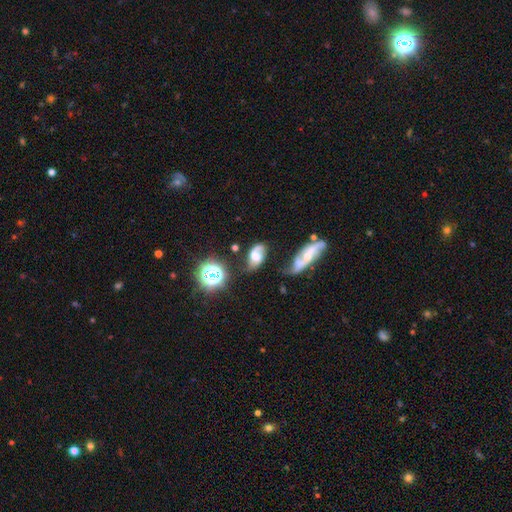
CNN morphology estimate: type=featured or disk (64%); edge-on=no (95%); bar=no (52%); spiral arms=yes (88%); winding=loose (52%); arm count=2 (84%); bulge=moderate (42%); merging=none (47%).